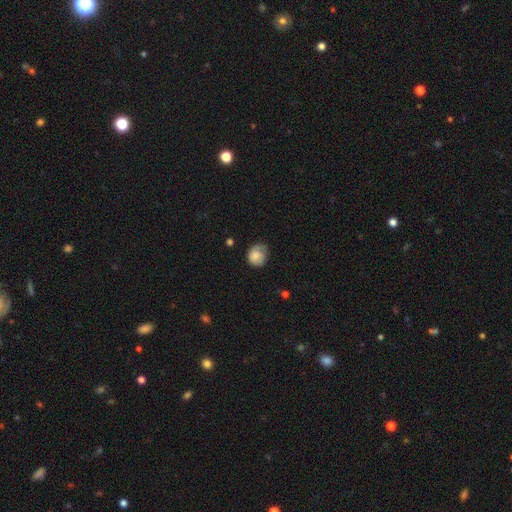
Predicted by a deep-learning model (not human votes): A smooth galaxy with no disk features (74%) that is round (71%). Merging: none (51%).